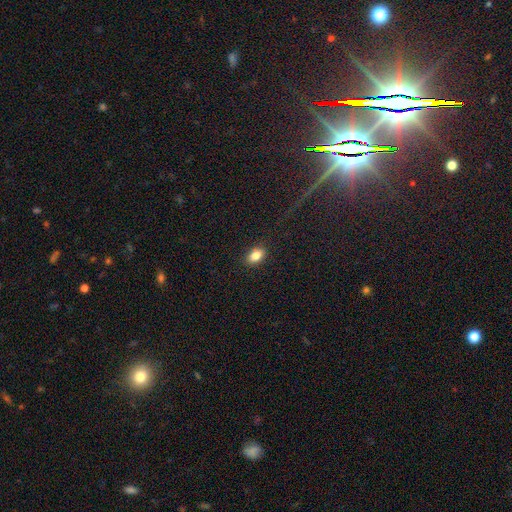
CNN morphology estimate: Smooth or featured: smooth — 83% (star or artifact — 9%)
How rounded: in between — 87% (round — 11%)
Merging: none — 88% (minor disturbance — 9%)